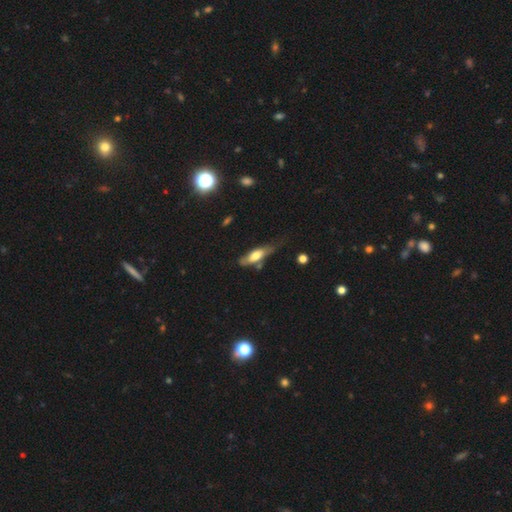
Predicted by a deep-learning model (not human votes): Smooth or featured: smooth — 56% (featured or disk — 38%)
How rounded: in between — 55% (cigar-shaped — 43%)
Merging: none — 43% (minor disturbance — 35%)